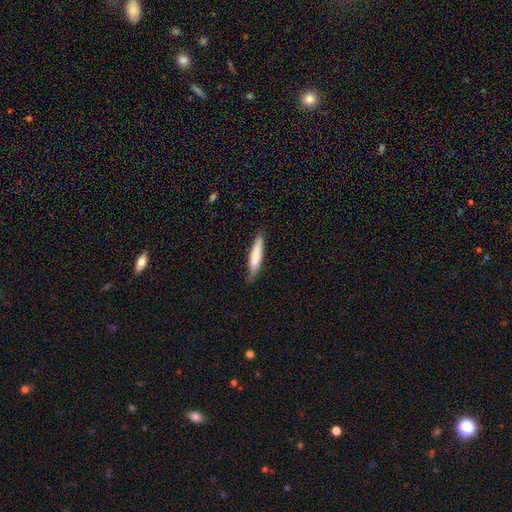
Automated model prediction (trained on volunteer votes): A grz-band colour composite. It shows a smooth galaxy with no disk features (76%) that is cigar-shaped (84%). Merging: none (76%).